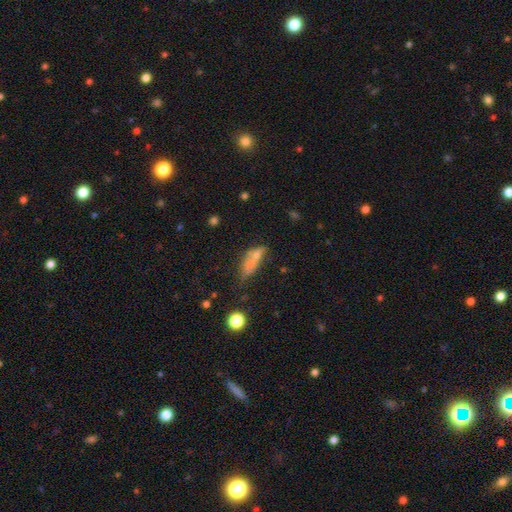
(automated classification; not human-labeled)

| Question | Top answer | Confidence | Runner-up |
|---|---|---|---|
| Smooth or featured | smooth | 53% | featured or disk (24%) |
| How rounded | in between | 52% | cigar-shaped (37%) |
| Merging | none | 44% | merger (26%) |